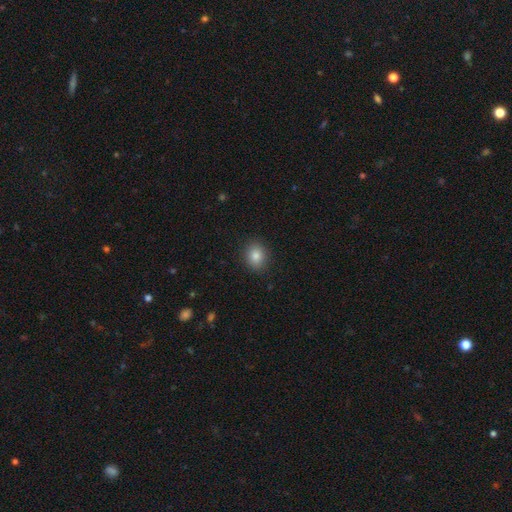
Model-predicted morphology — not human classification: type=smooth (83%); roundness=round (59%); merging=none (90%).